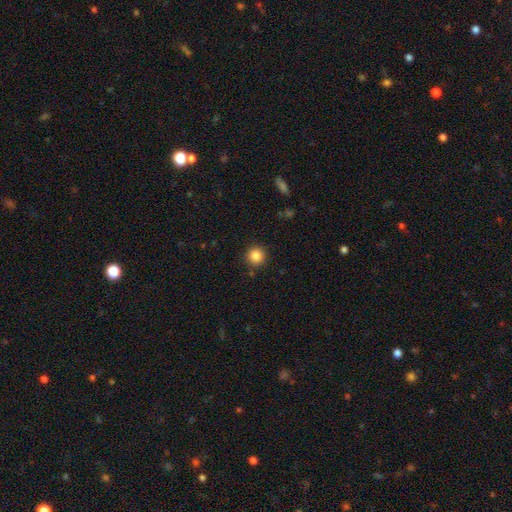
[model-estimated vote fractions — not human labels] smooth-or-featured: smooth: 85% | star or artifact: 11% | featured or disk: 4%
  how-rounded: round: 94% | in between: 5% | cigar-shaped: 1%
  merging: none: 90% | minor disturbance: 6% | major disturbance: 2% | merger: 2%